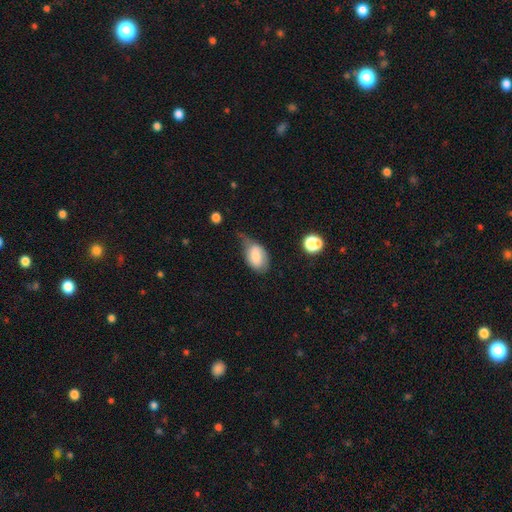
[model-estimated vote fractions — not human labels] Overall: smooth (75%). How rounded: in between (87%). Merging: minor disturbance (44%; none 28%).